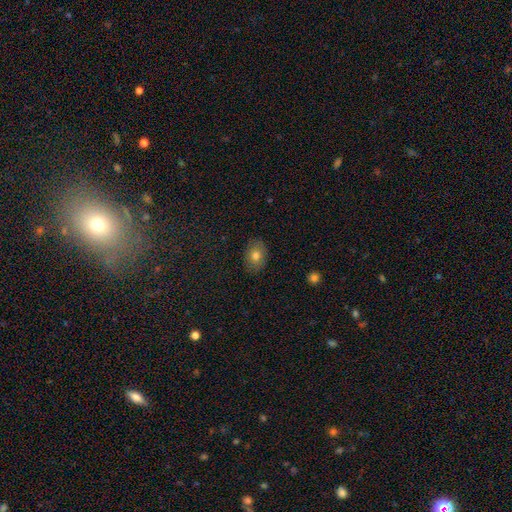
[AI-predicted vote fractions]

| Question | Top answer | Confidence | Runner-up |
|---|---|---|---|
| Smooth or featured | smooth | 74% | featured or disk (16%) |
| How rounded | in between | 72% | round (27%) |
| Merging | none | 85% | minor disturbance (11%) |